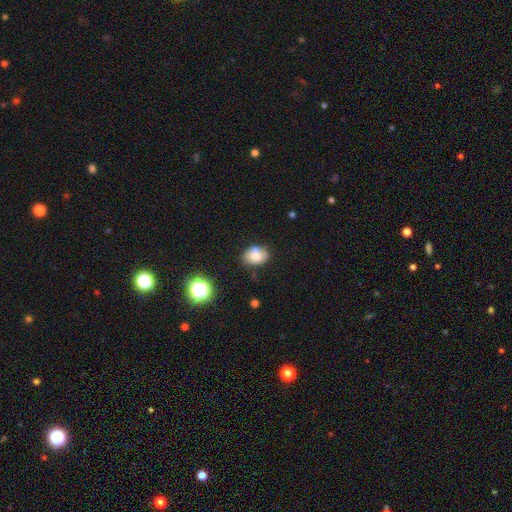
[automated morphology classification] Overall: smooth (71%). How rounded: in between (64%; round 35%). Merging: none (66%).